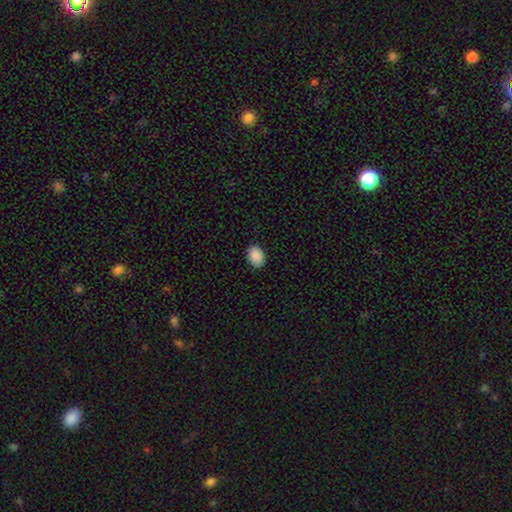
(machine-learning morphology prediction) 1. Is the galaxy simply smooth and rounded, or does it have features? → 90% smooth, 7% star or artifact, 3% featured or disk.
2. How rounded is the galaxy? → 76% in between, 23% round, 1% cigar-shaped.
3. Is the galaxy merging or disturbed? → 88% none, 9% minor disturbance, 2% major disturbance, 1% merger.